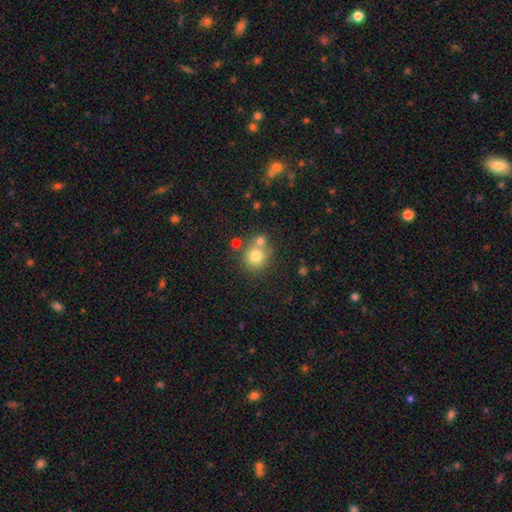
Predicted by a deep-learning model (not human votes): Morphology: type=smooth (76%); roundness=round (86%); merging=none (59%).